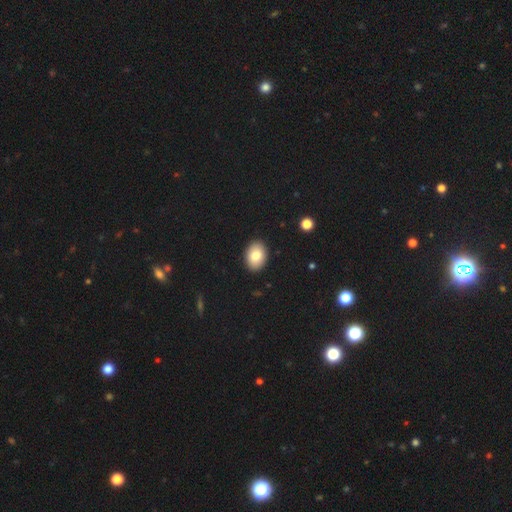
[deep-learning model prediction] smooth-or-featured: smooth: 83% | featured or disk: 10% | star or artifact: 8%
  how-rounded: in between: 81% | round: 18% | cigar-shaped: 1%
  merging: none: 90% | minor disturbance: 7% | major disturbance: 2% | merger: 1%